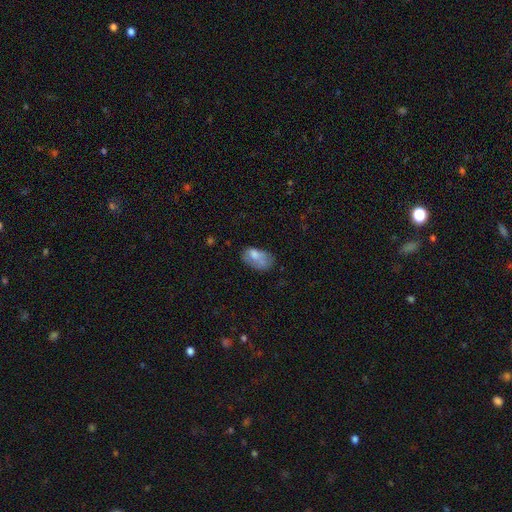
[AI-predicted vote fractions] Q: Smooth or featured?
A: smooth (68%); runner-up: featured or disk (23%)
Q: How rounded?
A: in between (89%); runner-up: round (9%)
Q: Merging?
A: none (36%); runner-up: minor disturbance (31%)